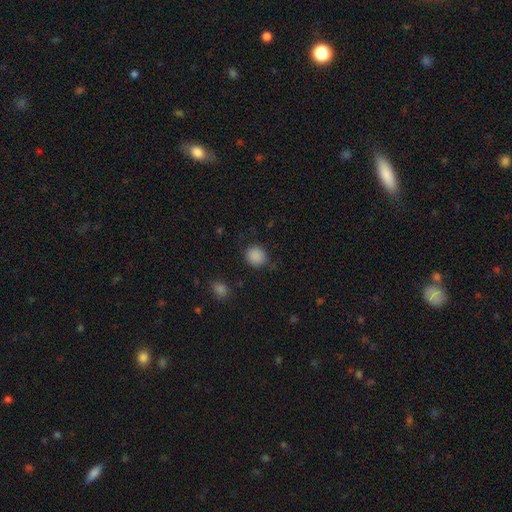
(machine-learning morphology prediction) A smooth galaxy with no disk features (88%) that is round (76%). Merging: none (79%).